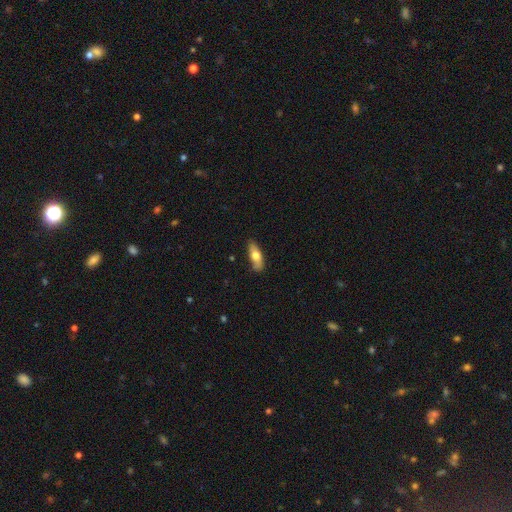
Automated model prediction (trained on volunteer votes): Overall: smooth (63%; featured or disk 31%). How rounded: in between (60%; cigar-shaped 37%). Merging: none (78%).